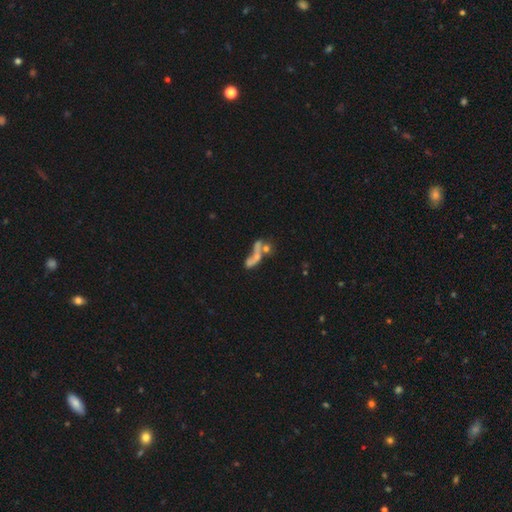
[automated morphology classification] This appears to be a featured or disk galaxy (43%). Merging: merger (50%).